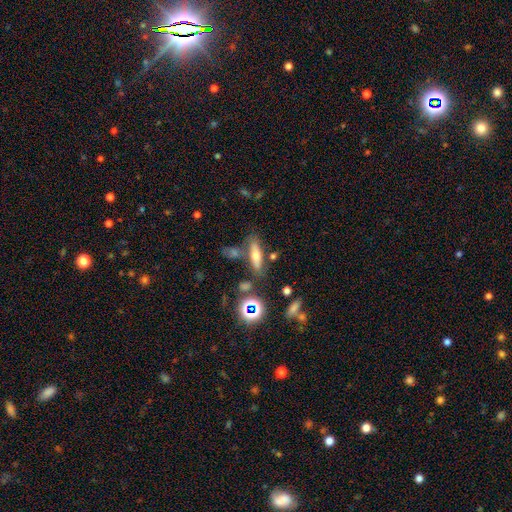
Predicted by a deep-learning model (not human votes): Smooth or featured? Predicted: smooth (p=0.54). How rounded? Predicted: cigar-shaped (p=0.56). Merging? Predicted: none (p=0.67).